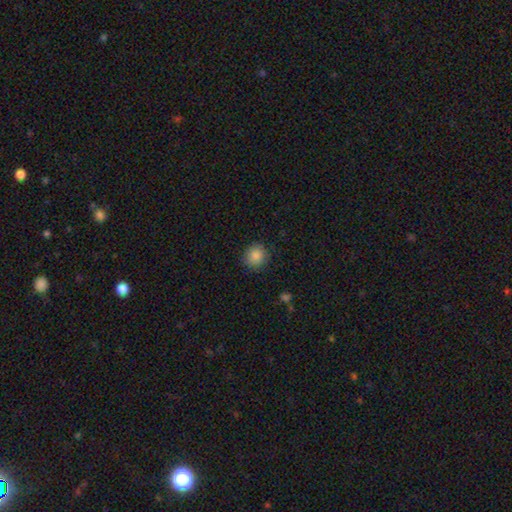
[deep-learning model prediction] smooth 87%, star or artifact 9%, featured or disk 4%. Down the decision tree: how rounded — round (86%); merging — none (87%).